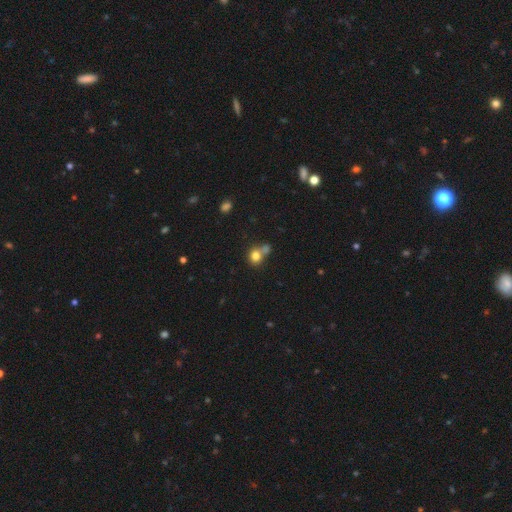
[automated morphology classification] A smooth galaxy with no disk features (78%) that is round (79%). Merging: none (46%).